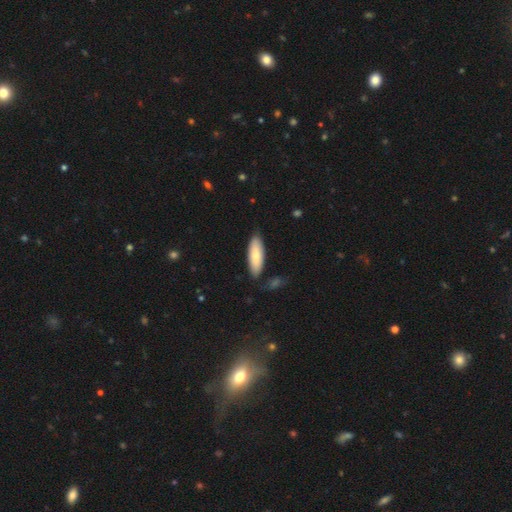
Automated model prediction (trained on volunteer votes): Overall: smooth (76%). How rounded: in between (63%; cigar-shaped 35%). Merging: none (80%).